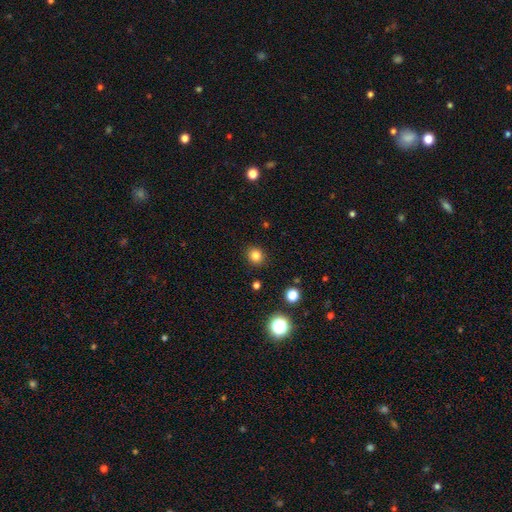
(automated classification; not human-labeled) Smooth or featured? Predicted: smooth (p=0.81). How rounded? Predicted: round (p=0.81). Merging? Predicted: none (p=0.91).